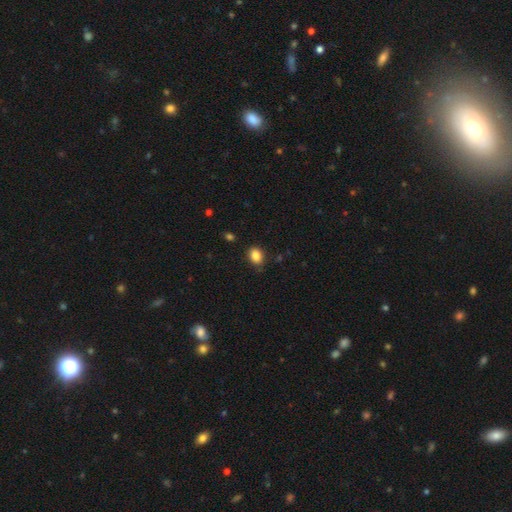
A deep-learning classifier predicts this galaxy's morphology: Smooth or featured? Predicted: smooth (p=0.86). How rounded? Predicted: in between (p=0.69). Merging? Predicted: none (p=0.81).